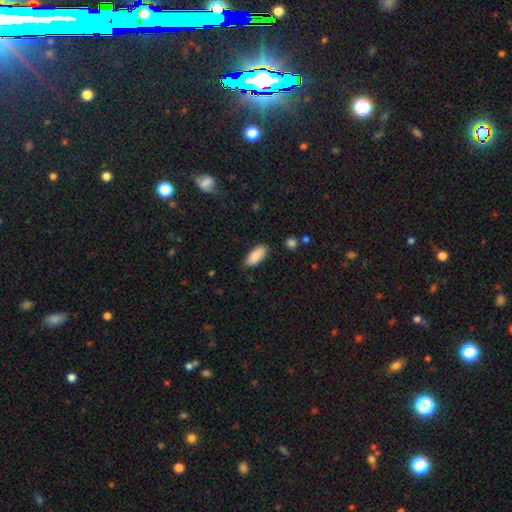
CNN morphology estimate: A smooth galaxy with no disk features (88%) that is in between round and cigar-shaped (88%). Merging: none (82%).